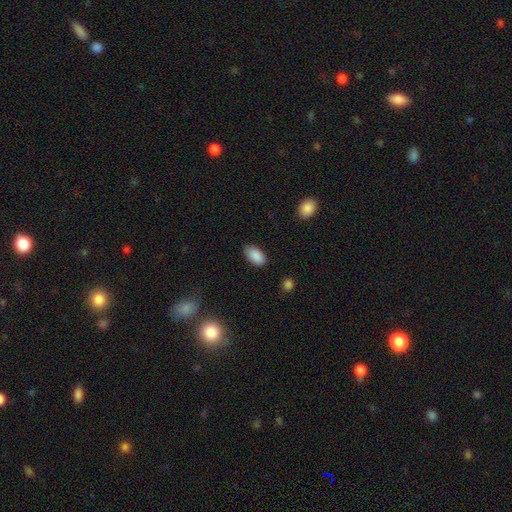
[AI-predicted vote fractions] Smooth or featured? Predicted: smooth (p=0.89). How rounded? Predicted: in between (p=0.94). Merging? Predicted: none (p=0.82).